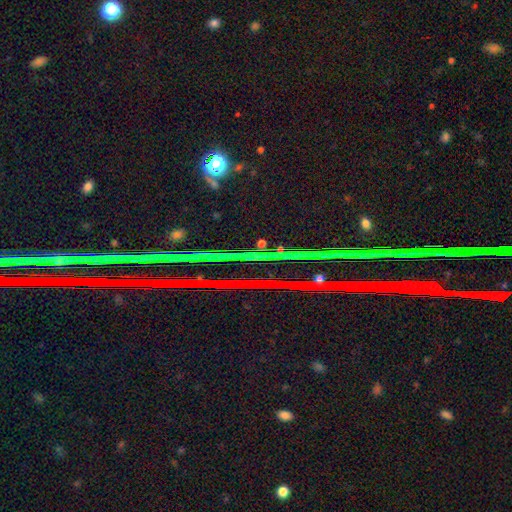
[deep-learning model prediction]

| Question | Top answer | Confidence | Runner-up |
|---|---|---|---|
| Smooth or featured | star or artifact | 86% | featured or disk (8%) |